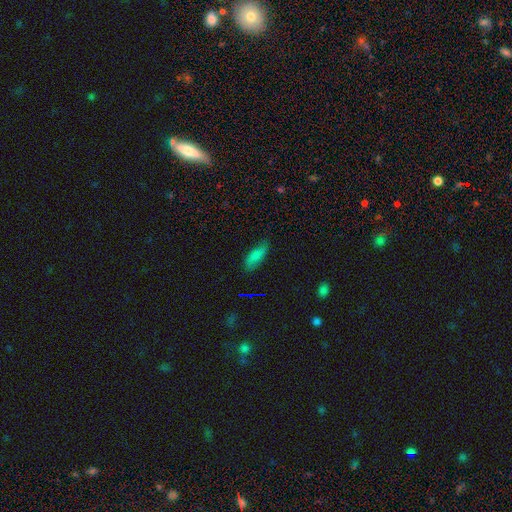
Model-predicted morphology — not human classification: The model was most divided on "how rounded": in between: 72%, cigar-shaped: 25%, round: 2%. More confident: smooth or featured — smooth (78%); merging — none (74%).